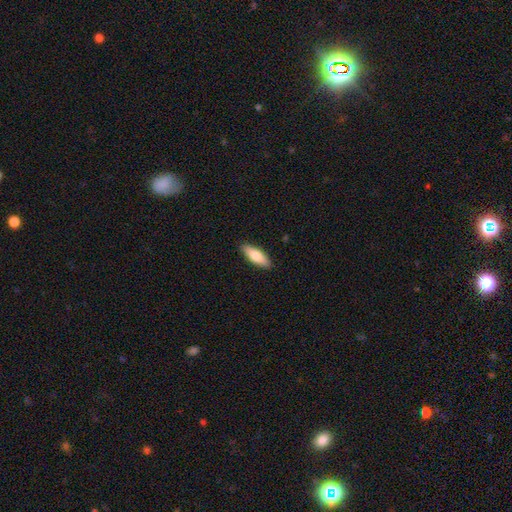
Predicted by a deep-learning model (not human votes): Smooth or featured: smooth — 77% (featured or disk — 17%)
How rounded: in between — 59% (cigar-shaped — 39%)
Merging: none — 89% (minor disturbance — 8%)